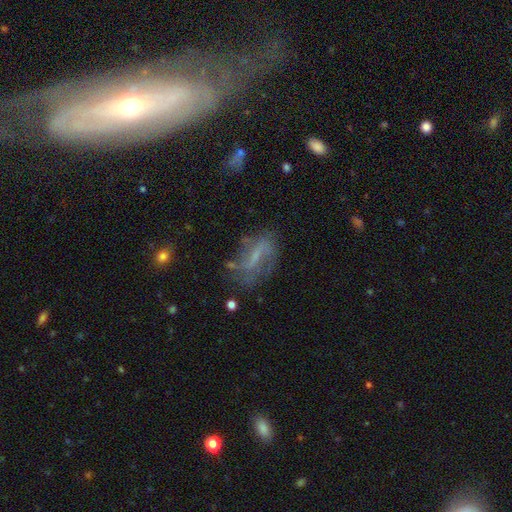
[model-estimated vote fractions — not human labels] Smooth or featured? Predicted: featured or disk (p=0.61). Edge-on disk? Predicted: no (p=0.90). Bar? Predicted: weak (p=0.45). Spiral arms? Predicted: yes (p=0.72). Bulge size? Predicted: small (p=0.45). Merging? Predicted: none (p=0.56).